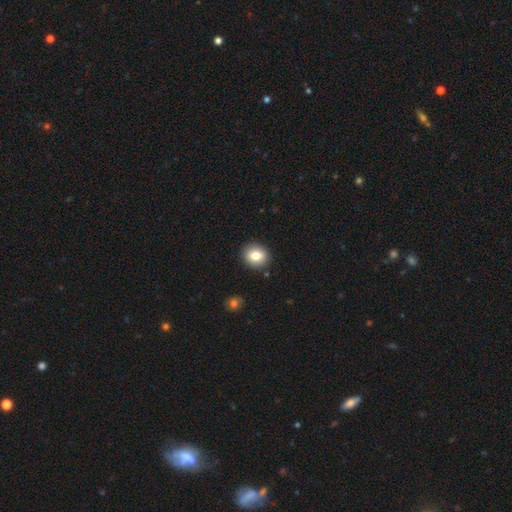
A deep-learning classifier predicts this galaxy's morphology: type=smooth (80%); roundness=round (78%); merging=none (90%).